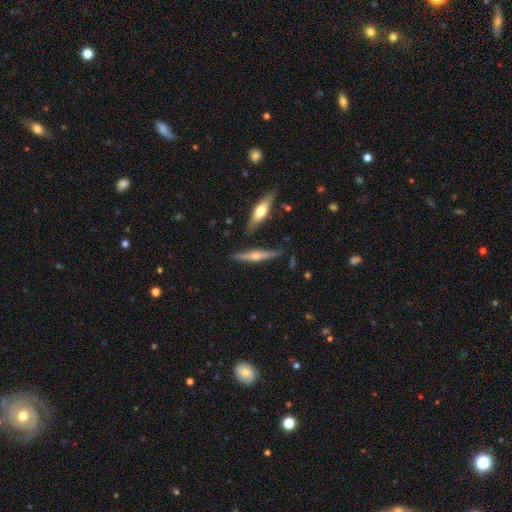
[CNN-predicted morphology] This is likely a featured or disk galaxy (74%). It is clearly viewed edge-on (97%). Edge-on bulge: clearly rounded (90%). Merging: clearly none (83%).